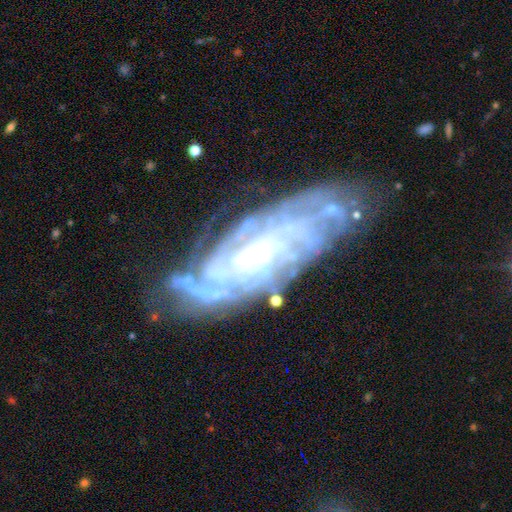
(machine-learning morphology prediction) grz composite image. It shows a featured or disk galaxy (86%) with no bar (46%), tight (73%) spiral arms (96%) and a small central bulge (60%). Merging: none (70%).